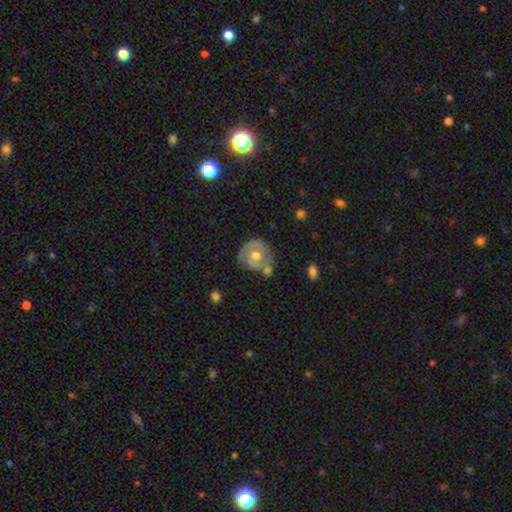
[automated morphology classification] This is likely a featured or disk galaxy (69%). It is clearly not viewed edge-on (97%). Bar: likely no (75%). Spiral arm pattern: clearly yes (80%). Spiral arm count: possibly 2 (53%). Spiral winding: likely tight (63%). Central bulge: likely moderate (74%). Merging: possibly none (52%).